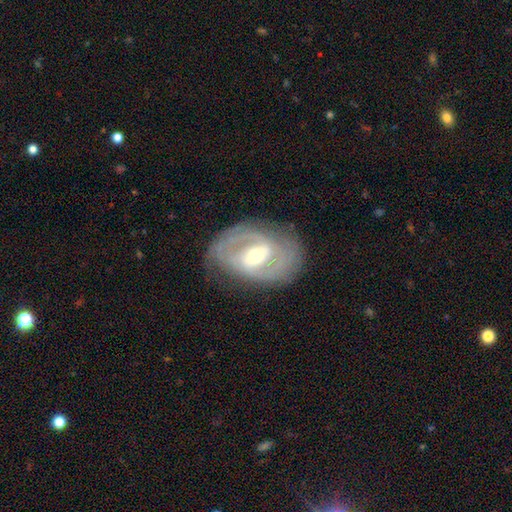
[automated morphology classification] smooth_or_featured: featured or disk (p=0.83) [alt: smooth p=0.12]
disk_edge_on: no (p=0.95) [alt: yes p=0.05]
bar: weak (p=0.46) [alt: strong p=0.38]
has_spiral_arms: yes (p=0.88) [alt: no p=0.12]
spiral_winding: tight (p=0.53) [alt: medium p=0.35]
spiral_arm_count: 2 (p=0.62) [alt: can't tell p=0.22]
bulge_size: moderate (p=0.63) [alt: small p=0.31]
merging: none (p=0.74) [alt: minor disturbance p=0.18]